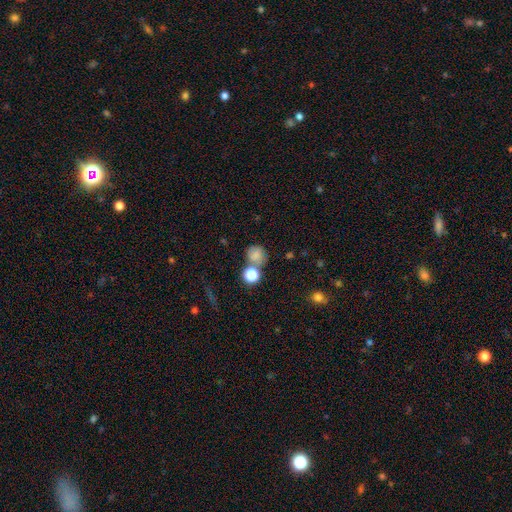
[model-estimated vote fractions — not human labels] Smooth or featured? smooth (75%)
How rounded? round (80%)
Merging? none (48%)